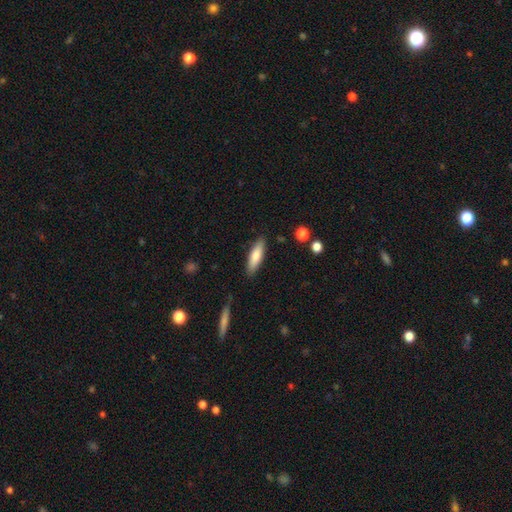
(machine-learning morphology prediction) A smooth galaxy with no disk features (76%) that is cigar-shaped (59%).

Vote fractions:
- Smooth or featured? smooth: 76% / featured or disk: 19% / star or artifact: 6%
- How rounded? cigar-shaped: 59% / in between: 40% / round: 2%
- Merging? none: 86% / minor disturbance: 10% / major disturbance: 2% / merger: 2%